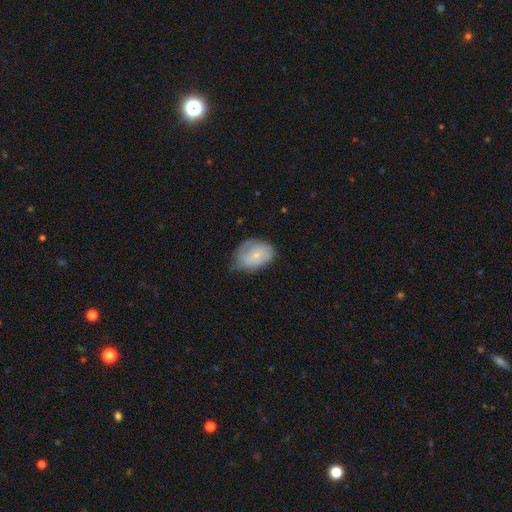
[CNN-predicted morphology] This is likely a smooth galaxy (63%). How rounded: likely in between (78%). Merging: possibly none (50%).